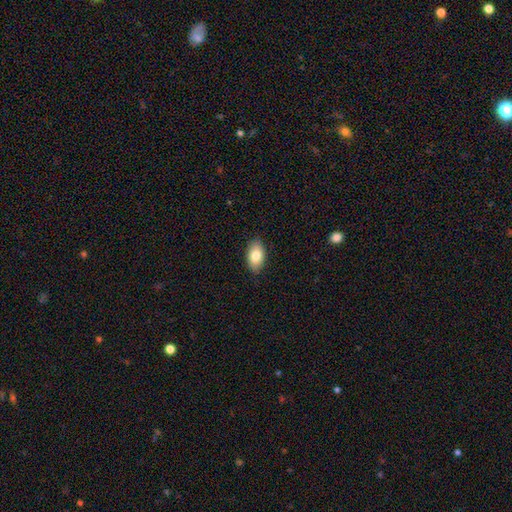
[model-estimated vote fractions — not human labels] Smooth or featured? Predicted: smooth (p=0.82). How rounded? Predicted: in between (p=0.92). Merging? Predicted: none (p=0.88).